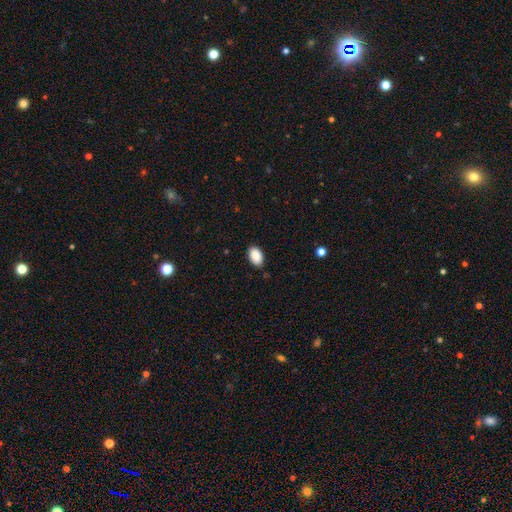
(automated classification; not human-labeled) A smooth galaxy with no disk features (90%) that is in between round and cigar-shaped (92%). Merging: none (87%).